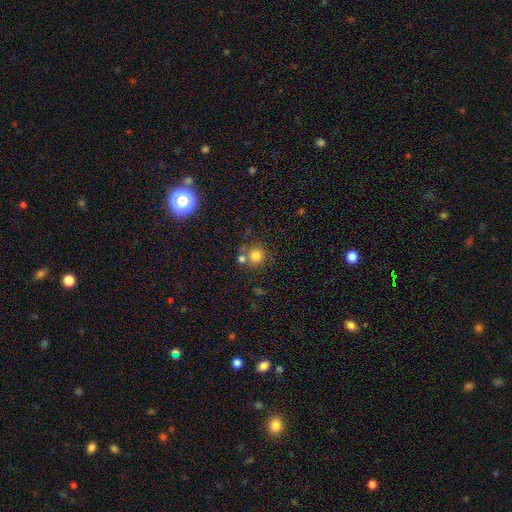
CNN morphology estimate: A smooth galaxy with no disk features (76%) that is round (88%). Merging: none (57%).